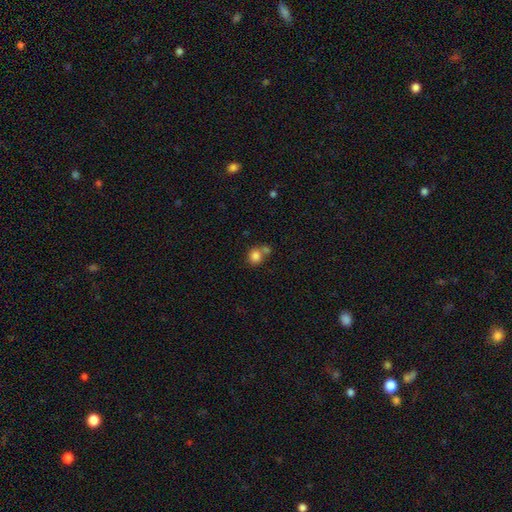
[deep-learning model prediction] Overall: smooth (83%). How rounded: round (79%). Merging: none (51%; merger 36%).